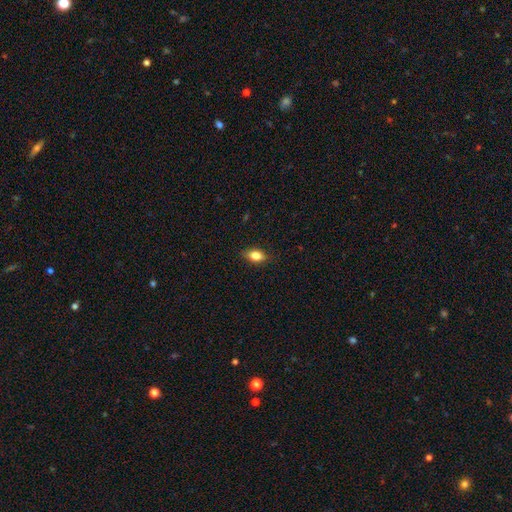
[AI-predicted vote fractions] Q: Smooth or featured?
A: smooth (80%); runner-up: featured or disk (11%)
Q: How rounded?
A: in between (82%); runner-up: round (12%)
Q: Merging?
A: none (85%); runner-up: minor disturbance (11%)